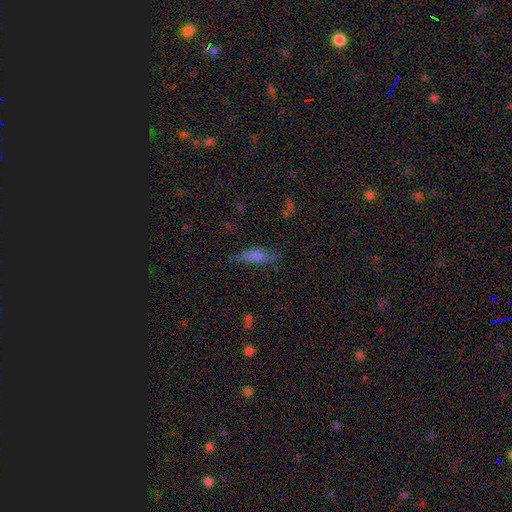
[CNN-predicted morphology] Smooth or featured? smooth (65%)
How rounded? in between (50%)
Merging? none (62%)